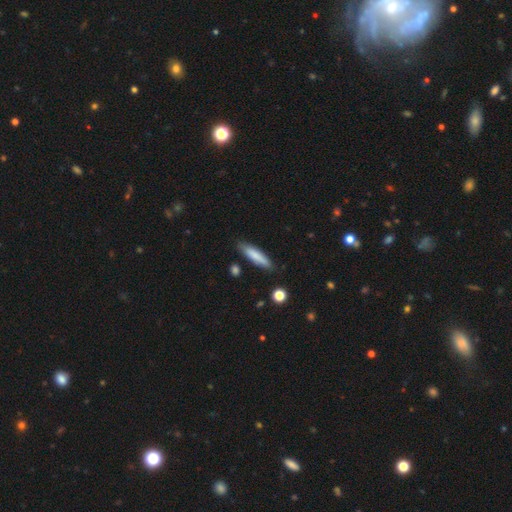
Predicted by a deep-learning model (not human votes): smooth 80%, featured or disk 14%, star or artifact 6%. Down the decision tree: how rounded — cigar-shaped (81%); merging — none (84%).